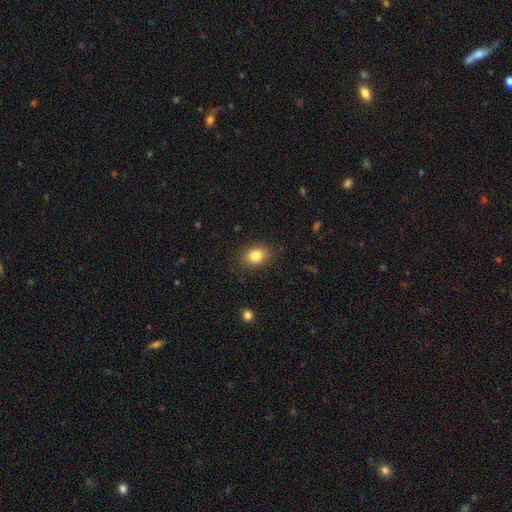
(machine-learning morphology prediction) Smooth or featured: smooth — 83% (star or artifact — 10%)
How rounded: in between — 56% (round — 43%)
Merging: none — 85% (minor disturbance — 11%)